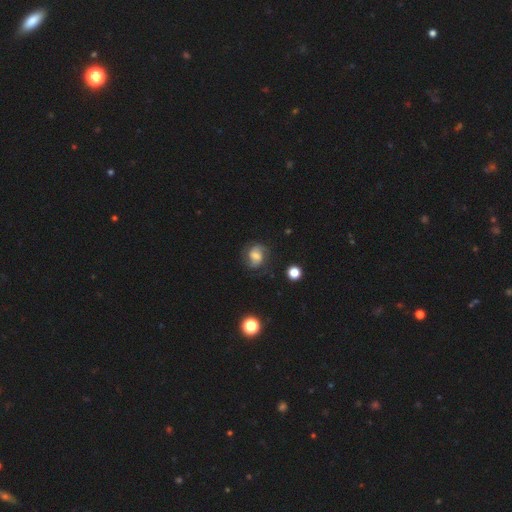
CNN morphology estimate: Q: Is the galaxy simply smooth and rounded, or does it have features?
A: featured or disk — 66%.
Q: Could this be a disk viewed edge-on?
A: no — 98%.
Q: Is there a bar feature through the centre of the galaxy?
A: weak — 48%.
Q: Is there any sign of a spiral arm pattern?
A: yes — 93%.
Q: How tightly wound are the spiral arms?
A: medium — 49%.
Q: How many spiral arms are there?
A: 2 — 83%.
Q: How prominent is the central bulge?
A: moderate — 45%.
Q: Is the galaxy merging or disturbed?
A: none — 73%.